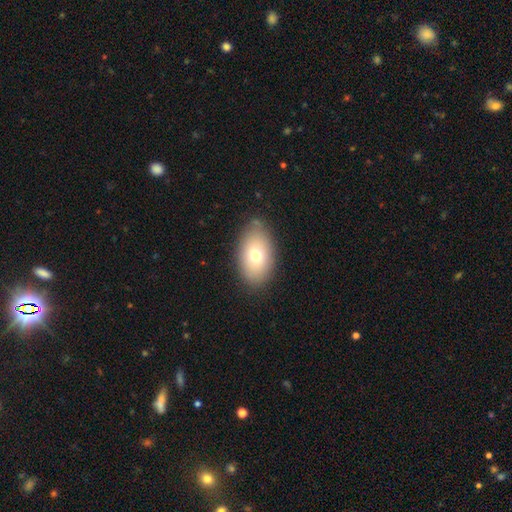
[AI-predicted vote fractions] Smooth or featured: smooth — 72% (featured or disk — 19%)
How rounded: in between — 88% (round — 10%)
Merging: none — 80% (minor disturbance — 14%)